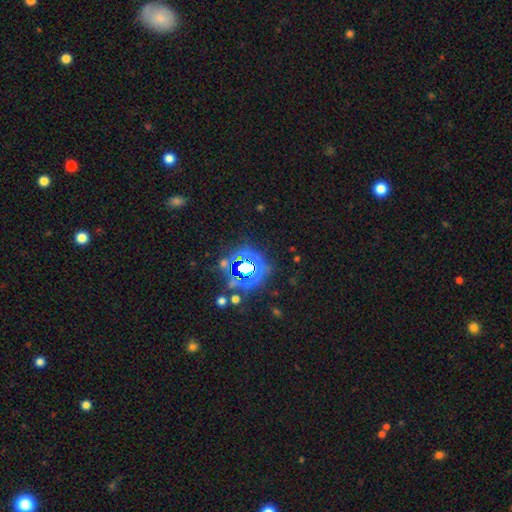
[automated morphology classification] type=star or artifact (75%).